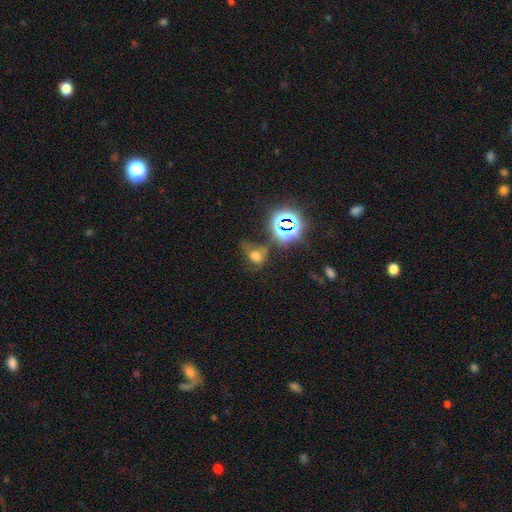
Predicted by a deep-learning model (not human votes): Smooth or featured? smooth (50%)
Merging? none (35%)